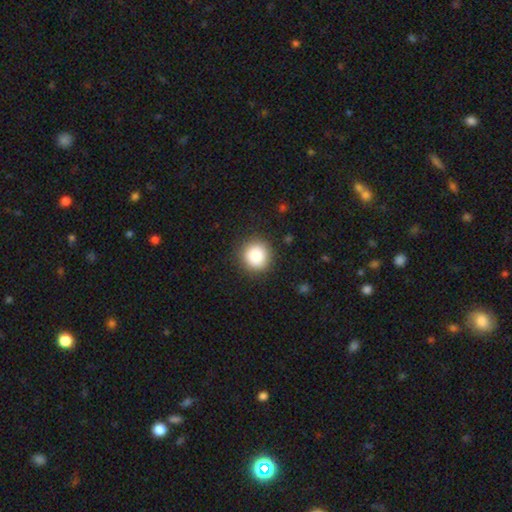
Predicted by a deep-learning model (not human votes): A smooth galaxy with no disk features (86%) that is round (93%).

Vote fractions:
- Smooth or featured? smooth: 86% / star or artifact: 9% / featured or disk: 5%
- How rounded? round: 93% / in between: 6% / cigar-shaped: 1%
- Merging? none: 90% / minor disturbance: 7% / major disturbance: 2% / merger: 1%